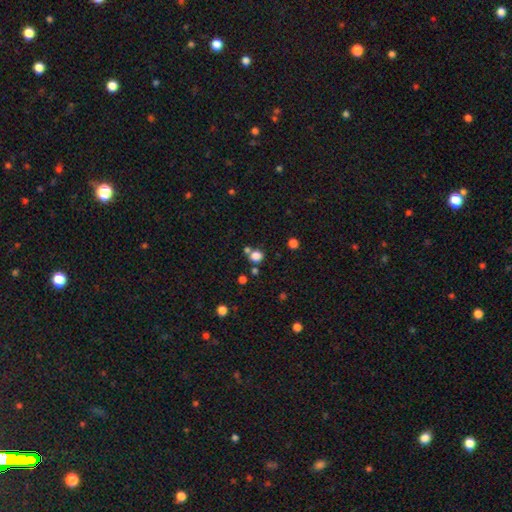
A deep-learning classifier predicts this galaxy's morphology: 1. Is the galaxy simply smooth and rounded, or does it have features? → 81% smooth, 14% star or artifact, 5% featured or disk.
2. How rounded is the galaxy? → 79% round, 20% in between, 1% cigar-shaped.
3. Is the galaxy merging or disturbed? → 67% none, 19% merger, 10% minor disturbance, 4% major disturbance.